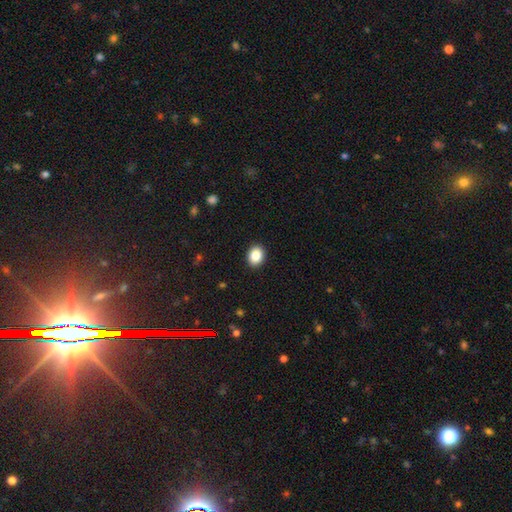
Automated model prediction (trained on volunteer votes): This is clearly a smooth galaxy (87%). How rounded: possibly in between (53%). Merging: clearly none (91%).